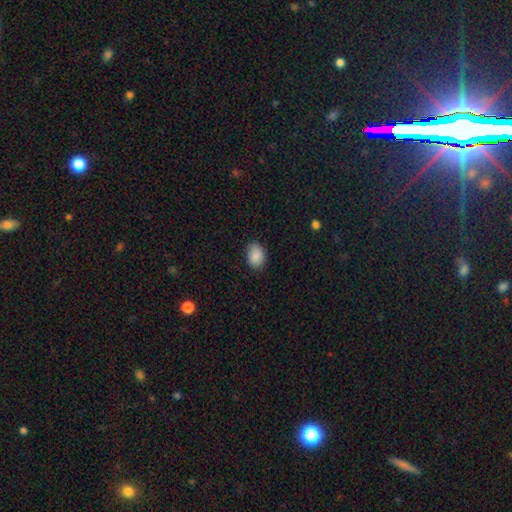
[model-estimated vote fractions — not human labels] The model was most divided on "how rounded": in between: 72%, round: 27%, cigar-shaped: 1%. More confident: smooth or featured — smooth (88%); merging — none (82%).